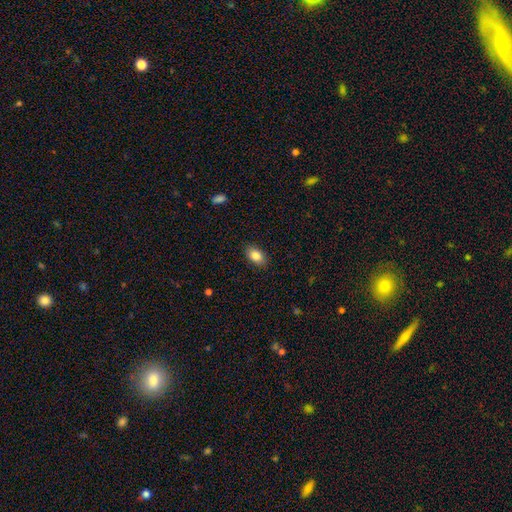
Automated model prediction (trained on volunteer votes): Smooth or featured: smooth — 86% (star or artifact — 8%)
How rounded: in between — 89% (round — 9%)
Merging: none — 88% (minor disturbance — 9%)